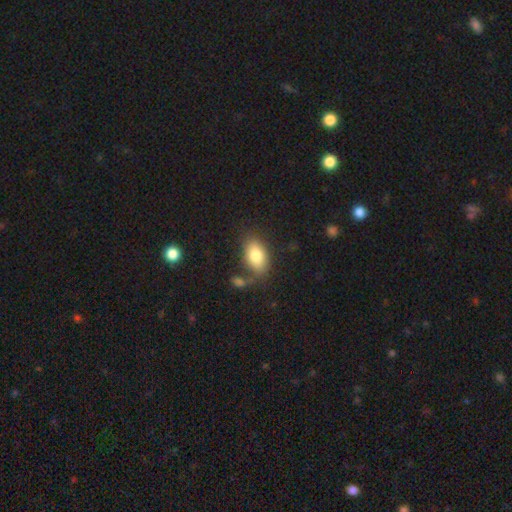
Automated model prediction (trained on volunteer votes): This is clearly a smooth galaxy (81%). How rounded: clearly in between (91%). Merging: likely none (65%).